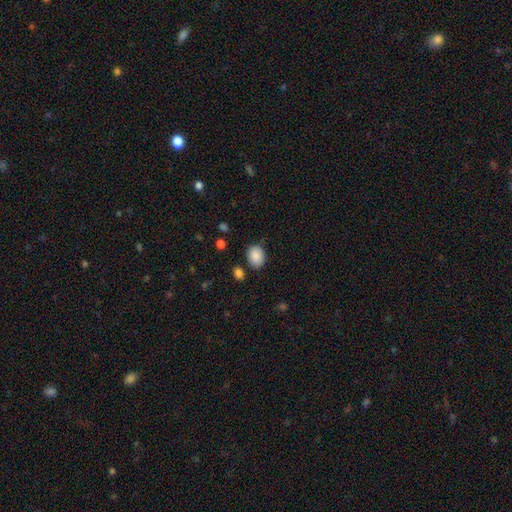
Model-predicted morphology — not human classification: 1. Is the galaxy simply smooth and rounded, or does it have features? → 89% smooth, 7% star or artifact, 4% featured or disk.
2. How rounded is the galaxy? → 66% in between, 33% round, 1% cigar-shaped.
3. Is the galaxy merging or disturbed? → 78% none, 15% minor disturbance, 4% merger, 4% major disturbance.